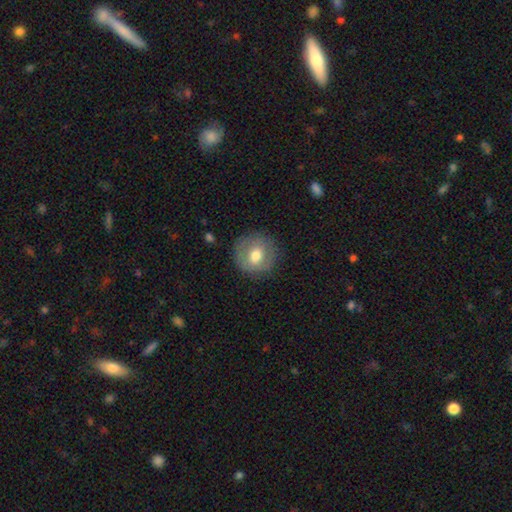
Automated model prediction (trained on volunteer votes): smooth 65%, featured or disk 27%, star or artifact 8%. Down the decision tree: how rounded — round (90%); merging — none (83%).